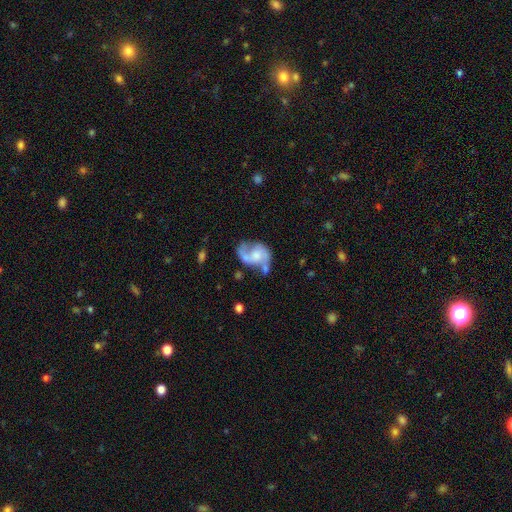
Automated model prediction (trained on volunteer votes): A featured or disk galaxy (77%) with no bar (61%), 2 (84%) loose (45%) spiral arms (89%) and a moderate central bulge (40%). Merging: none (45%).